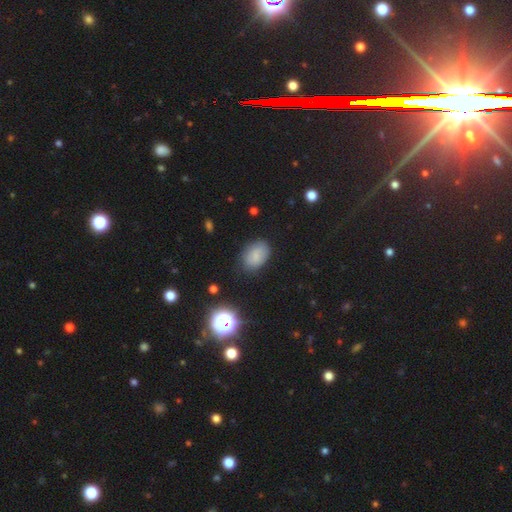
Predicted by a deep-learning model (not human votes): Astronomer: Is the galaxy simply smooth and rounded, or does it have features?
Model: smooth — 78%.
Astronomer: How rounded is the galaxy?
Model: in between — 85%.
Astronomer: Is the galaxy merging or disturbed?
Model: none — 77%.